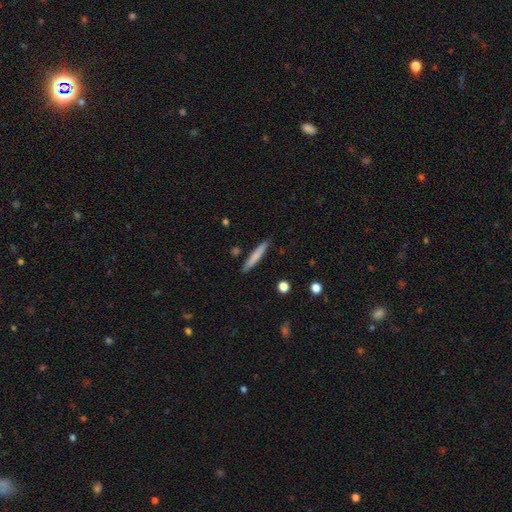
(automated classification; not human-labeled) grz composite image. It shows a smooth galaxy with no disk features (74%) that is cigar-shaped (95%). Merging: none (90%).